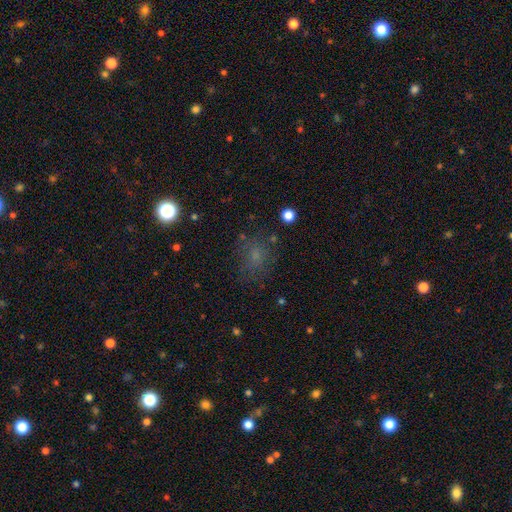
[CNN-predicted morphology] type=smooth (60%); roundness=round (58%); merging=none (67%).